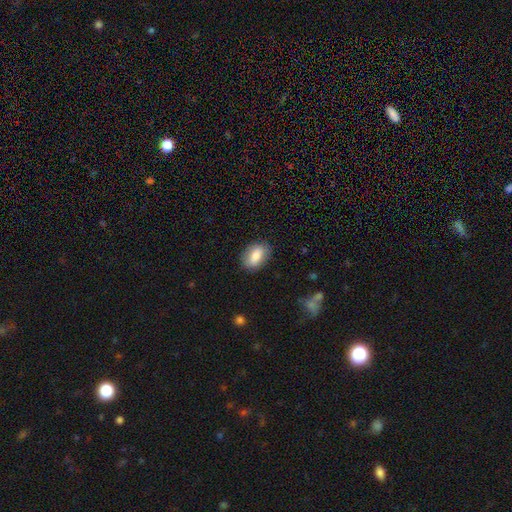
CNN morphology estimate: A smooth galaxy with no disk features (82%) that is in between round and cigar-shaped (88%).

Vote fractions:
- Smooth or featured? smooth: 82% / featured or disk: 12% / star or artifact: 7%
- How rounded? in between: 88% / round: 10% / cigar-shaped: 2%
- Merging? none: 84% / minor disturbance: 12% / major disturbance: 3% / merger: 1%